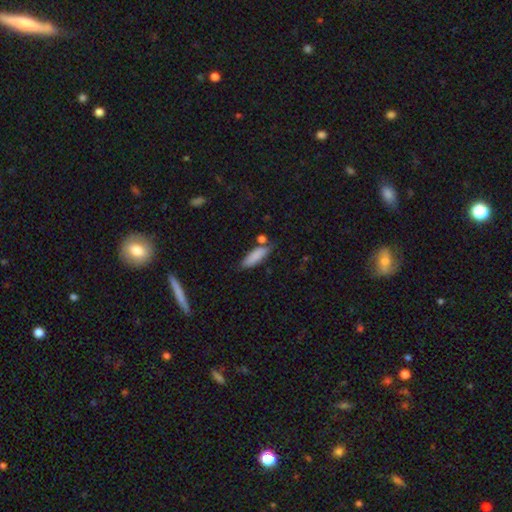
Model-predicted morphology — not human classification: smooth-or-featured: smooth: 85% | featured or disk: 8% | star or artifact: 7%
  how-rounded: in between: 59% | cigar-shaped: 39% | round: 2%
  merging: none: 67% | minor disturbance: 19% | merger: 9% | major disturbance: 5%